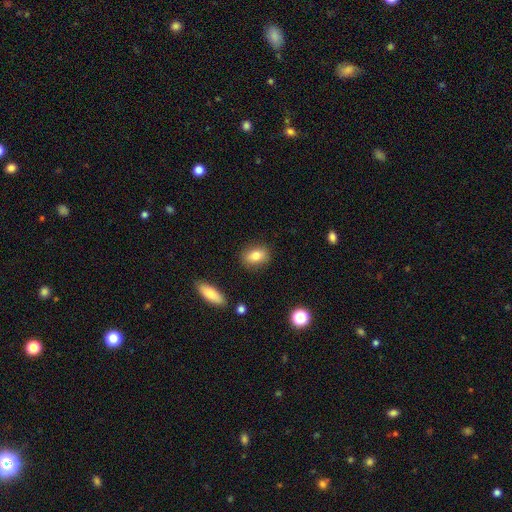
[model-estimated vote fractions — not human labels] This is clearly a smooth galaxy (80%). How rounded: likely in between (77%). Merging: clearly none (85%).